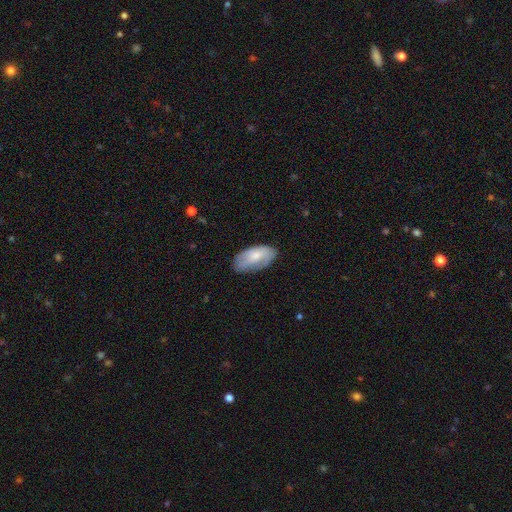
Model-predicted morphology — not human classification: This appears to be a smooth galaxy with no disk features (66%) that is in between round and cigar-shaped (93%). Merging: none (69%).